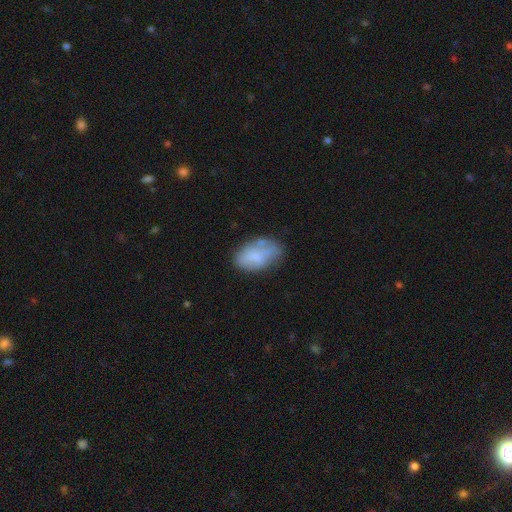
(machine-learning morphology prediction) Smooth or featured? Predicted: smooth (p=0.65). How rounded? Predicted: in between (p=0.93). Merging? Predicted: none (p=0.53).